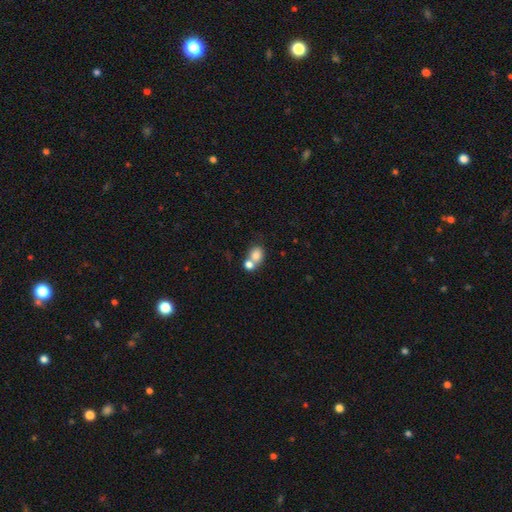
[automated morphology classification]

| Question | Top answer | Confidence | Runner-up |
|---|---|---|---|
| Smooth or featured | smooth | 79% | featured or disk (11%) |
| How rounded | round | 62% | in between (37%) |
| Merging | merger | 52% | none (37%) |